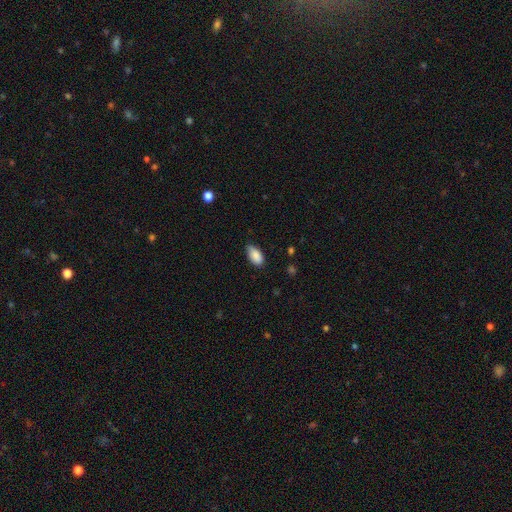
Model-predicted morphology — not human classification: A smooth galaxy with no disk features (88%) that is in between round and cigar-shaped (94%).

Vote fractions:
- Smooth or featured? smooth: 88% / star or artifact: 7% / featured or disk: 5%
- How rounded? in between: 94% / round: 3% / cigar-shaped: 3%
- Merging? none: 73% / minor disturbance: 23% / major disturbance: 3% / merger: 1%